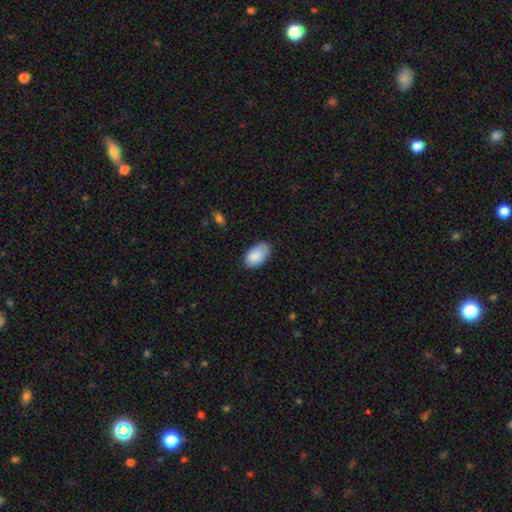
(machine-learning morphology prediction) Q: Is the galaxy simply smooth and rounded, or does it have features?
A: smooth — 88%.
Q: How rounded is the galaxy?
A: in between — 94%.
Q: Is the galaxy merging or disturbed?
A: none — 72%.